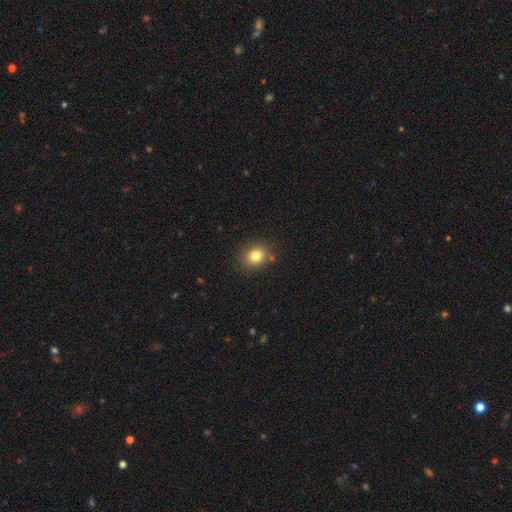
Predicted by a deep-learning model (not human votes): Smooth or featured?
  - smooth: 81% *
  - star or artifact: 11%
  - featured or disk: 8%
How rounded?
  - round: 60% *
  - in between: 39%
  - cigar-shaped: 1%
Merging?
  - none: 82% *
  - minor disturbance: 11%
  - merger: 4%
  - major disturbance: 3%